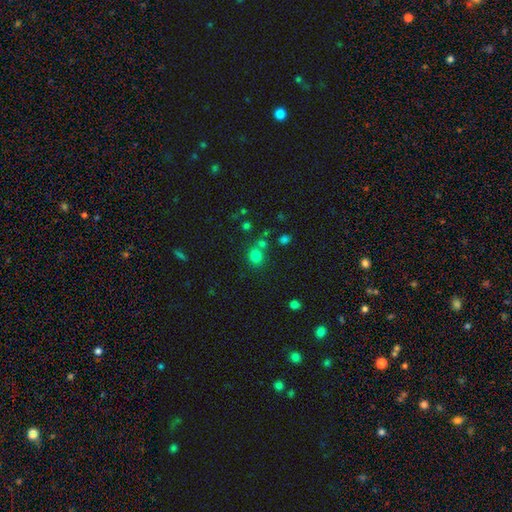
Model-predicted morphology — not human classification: Smooth or featured: smooth — 76% (star or artifact — 17%)
How rounded: round — 76% (in between — 23%)
Merging: none — 65% (merger — 21%)